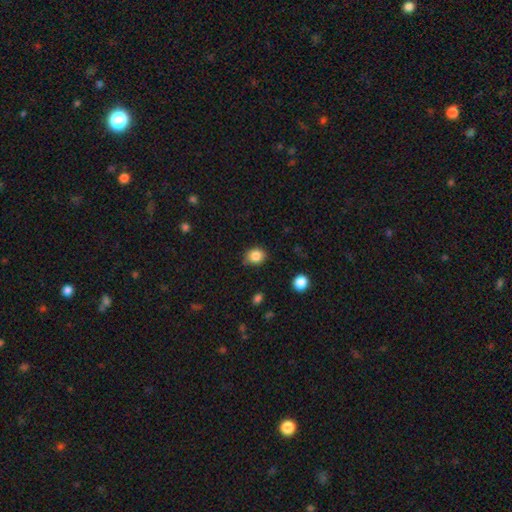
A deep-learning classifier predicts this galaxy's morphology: A smooth galaxy with no disk features (85%) that is round (63%).

Vote fractions:
- Smooth or featured? smooth: 85% / star or artifact: 10% / featured or disk: 5%
- How rounded? round: 63% / in between: 36% / cigar-shaped: 1%
- Merging? none: 79% / minor disturbance: 16% / major disturbance: 3% / merger: 2%